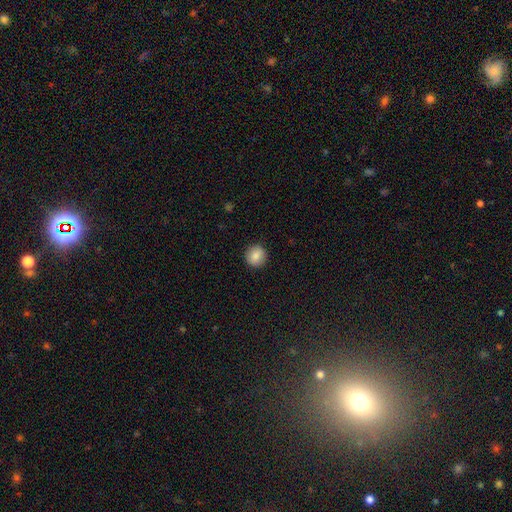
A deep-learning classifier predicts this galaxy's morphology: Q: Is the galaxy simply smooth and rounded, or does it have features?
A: smooth — 86%.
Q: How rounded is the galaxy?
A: round — 91%.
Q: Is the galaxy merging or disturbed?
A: none — 92%.